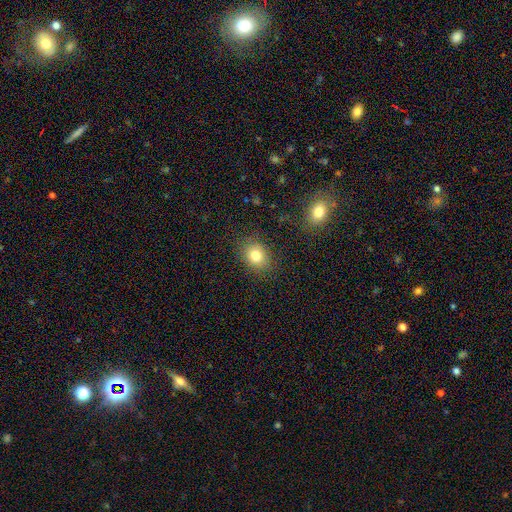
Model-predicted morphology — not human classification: A smooth galaxy with no disk features (79%) that is round (55%).

Vote fractions:
- Smooth or featured? smooth: 79% / star or artifact: 12% / featured or disk: 9%
- How rounded? round: 55% / in between: 44% / cigar-shaped: 1%
- Merging? none: 84% / minor disturbance: 11% / major disturbance: 4% / merger: 2%